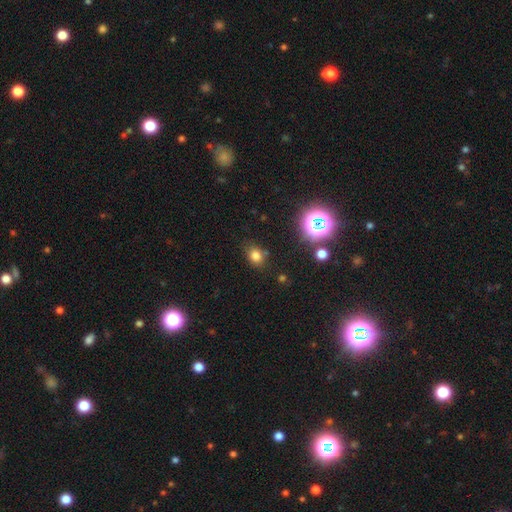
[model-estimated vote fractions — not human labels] Morphology: type=smooth (75%); roundness=in between (52%); merging=none (75%).